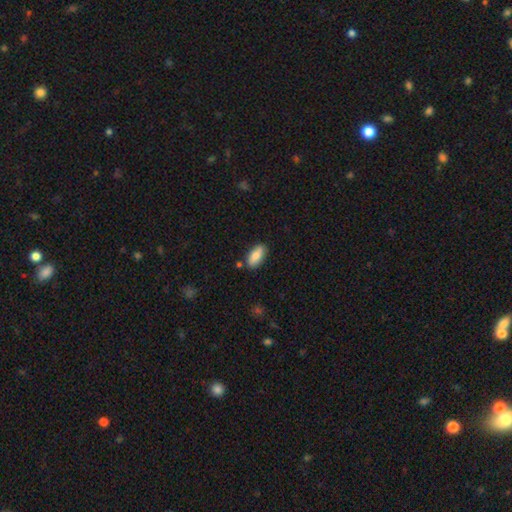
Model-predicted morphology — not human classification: type=smooth (83%); roundness=in between (89%); merging=none (81%).